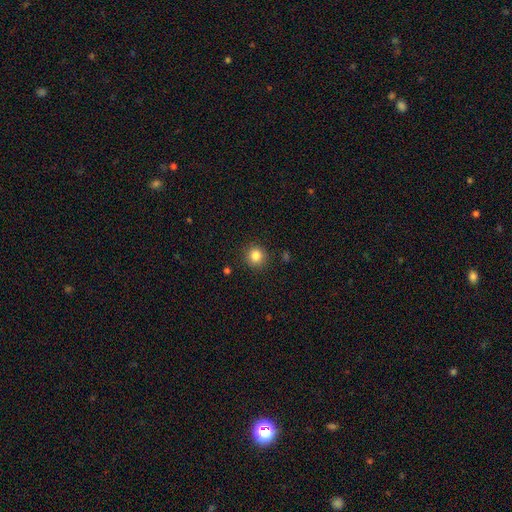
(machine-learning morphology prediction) Smooth or featured? Predicted: smooth (p=0.84). How rounded? Predicted: round (p=0.92). Merging? Predicted: none (p=0.90).